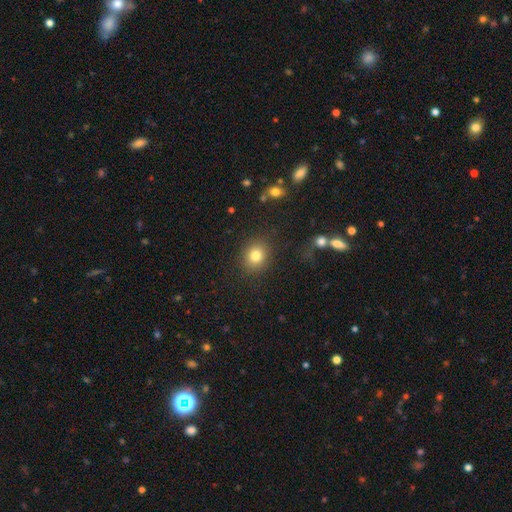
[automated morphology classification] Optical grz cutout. It shows a smooth galaxy with no disk features (81%) that is round (71%). Merging: none (86%).